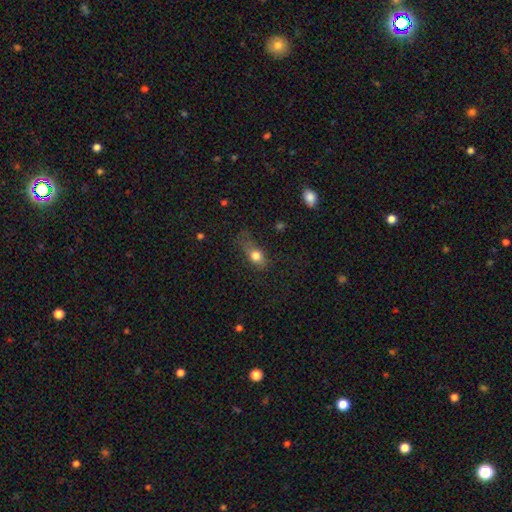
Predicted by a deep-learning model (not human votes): The model was most divided on "merging": none: 41%, minor disturbance: 31%, major disturbance: 25%, merger: 3%. More confident: smooth or featured — smooth (76%); how rounded — in between (69%).